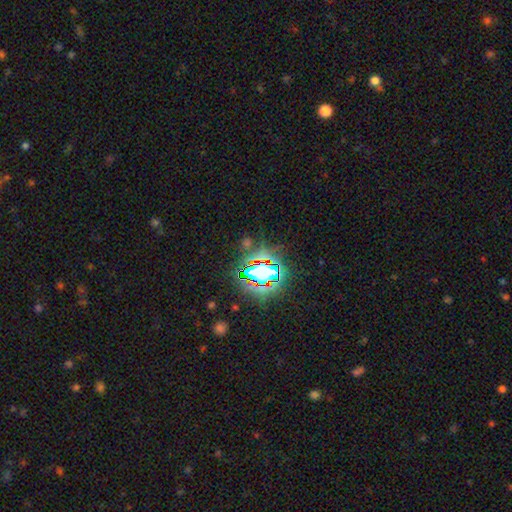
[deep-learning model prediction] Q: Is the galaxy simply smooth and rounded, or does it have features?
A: star or artifact — 83%.